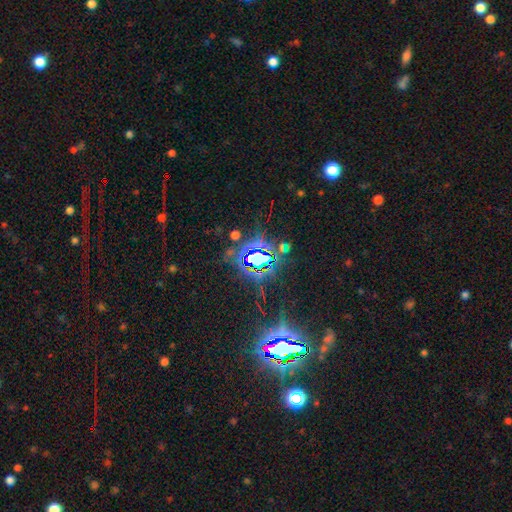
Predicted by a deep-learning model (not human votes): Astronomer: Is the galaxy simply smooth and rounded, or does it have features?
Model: star or artifact — 79%.